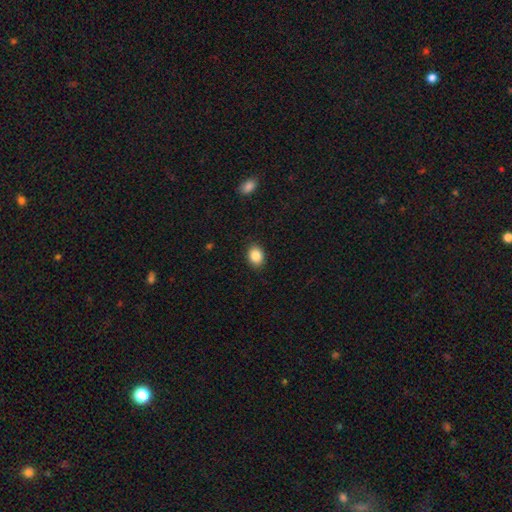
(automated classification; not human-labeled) smooth 87%, star or artifact 9%, featured or disk 5%. Down the decision tree: how rounded — in between (60%); merging — none (89%).